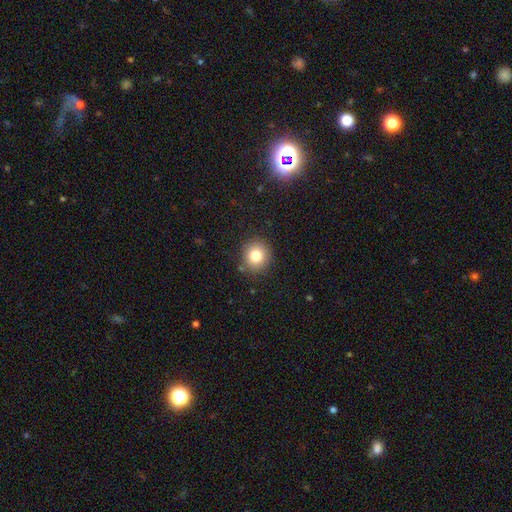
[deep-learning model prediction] smooth-or-featured: smooth: 80% | star or artifact: 12% | featured or disk: 8%
  how-rounded: round: 88% | in between: 11% | cigar-shaped: 1%
  merging: none: 87% | minor disturbance: 8% | major disturbance: 3% | merger: 2%